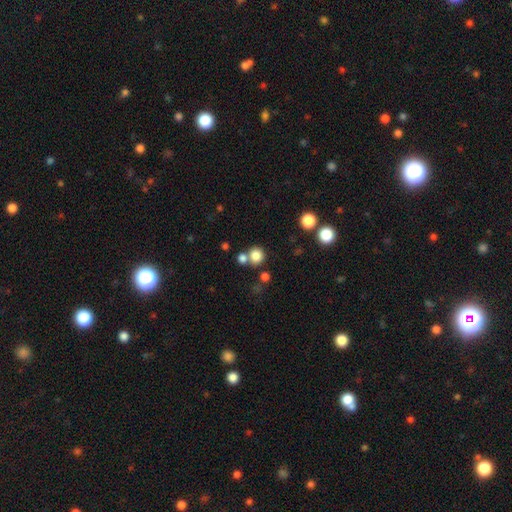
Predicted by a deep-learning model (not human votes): This appears to be a smooth galaxy with no disk features (81%) that is round (89%). Merging: none (66%).